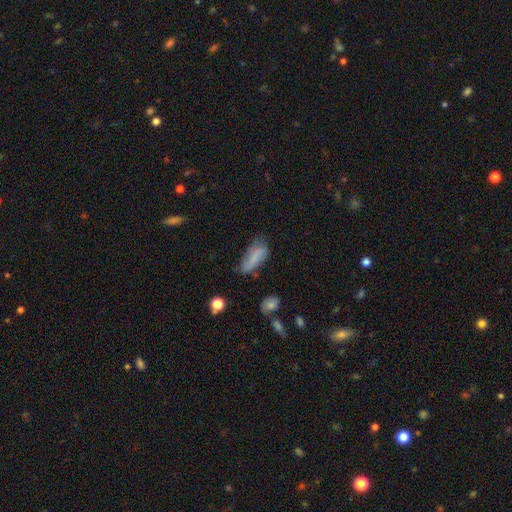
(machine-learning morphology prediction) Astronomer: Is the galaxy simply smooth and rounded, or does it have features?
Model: smooth — 74%.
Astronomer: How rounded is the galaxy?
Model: in between — 72%.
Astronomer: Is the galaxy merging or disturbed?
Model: none — 47% (runner-up: minor disturbance, 33%).